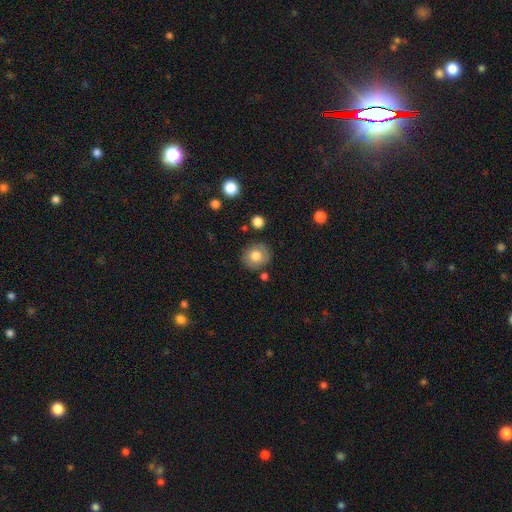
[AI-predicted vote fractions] Smooth or featured: smooth — 71% (featured or disk — 20%)
How rounded: round — 81% (in between — 18%)
Merging: none — 82% (minor disturbance — 11%)